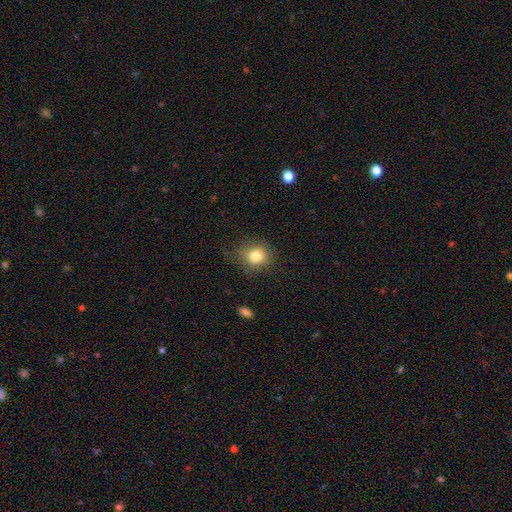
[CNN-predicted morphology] This appears to be a smooth galaxy with no disk features (81%) that is round (77%). Merging: none (77%).